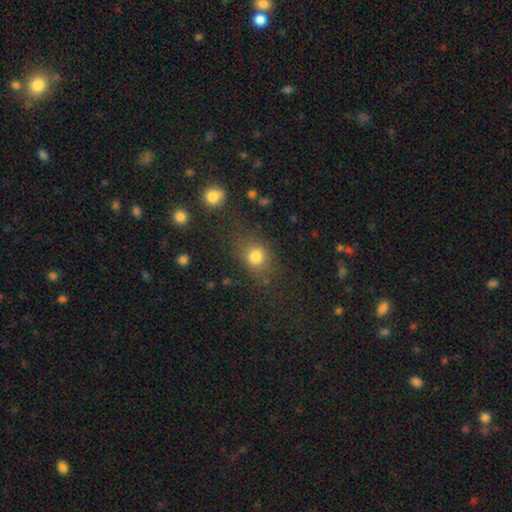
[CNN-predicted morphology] smooth 78%, star or artifact 14%, featured or disk 8%. Down the decision tree: how rounded — round (61%); merging — none (69%).